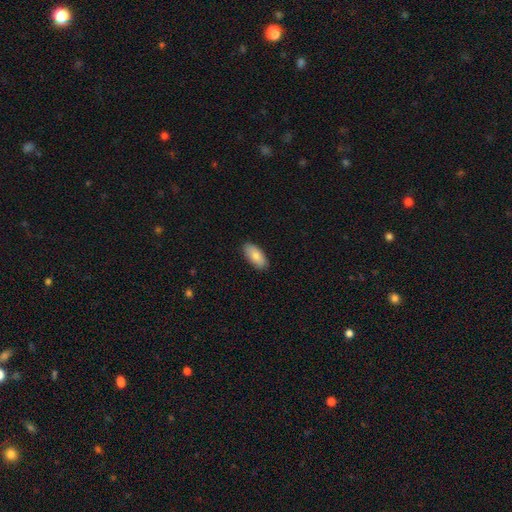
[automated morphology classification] Smooth or featured: smooth — 84% (featured or disk — 10%)
How rounded: in between — 91% (cigar-shaped — 7%)
Merging: none — 89% (minor disturbance — 9%)